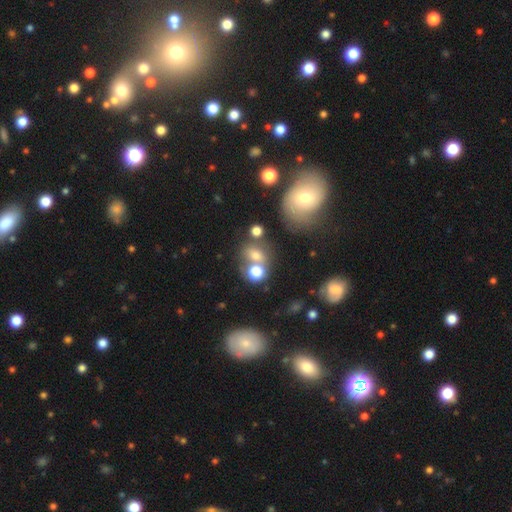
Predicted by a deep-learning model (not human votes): The model was most divided on "how rounded": round: 54%, in between: 44%, cigar-shaped: 2%. Remaining: smooth or featured — smooth (62%); merging — none (46%).